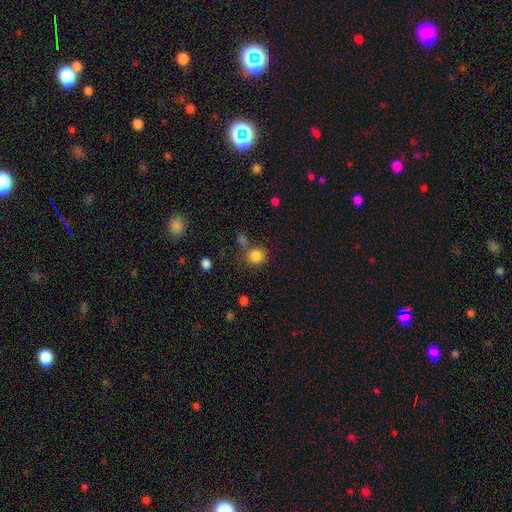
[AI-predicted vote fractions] This is clearly a smooth galaxy (83%). How rounded: clearly round (85%). Merging: likely none (68%).